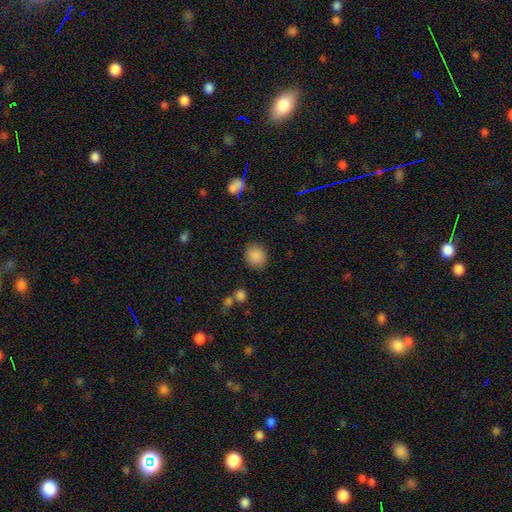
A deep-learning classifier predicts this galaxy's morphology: smooth_or_featured: smooth (p=0.87) [alt: star or artifact p=0.09]
how_rounded: round (p=0.80) [alt: in between p=0.19]
merging: none (p=0.86) [alt: minor disturbance p=0.10]